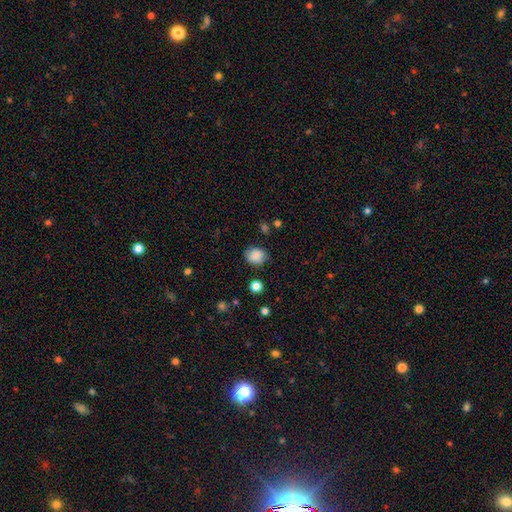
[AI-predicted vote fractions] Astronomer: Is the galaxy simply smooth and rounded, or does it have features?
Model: smooth — 86%.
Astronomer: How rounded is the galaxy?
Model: round — 60% (runner-up: in between, 39%).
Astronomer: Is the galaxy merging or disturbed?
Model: none — 80%.